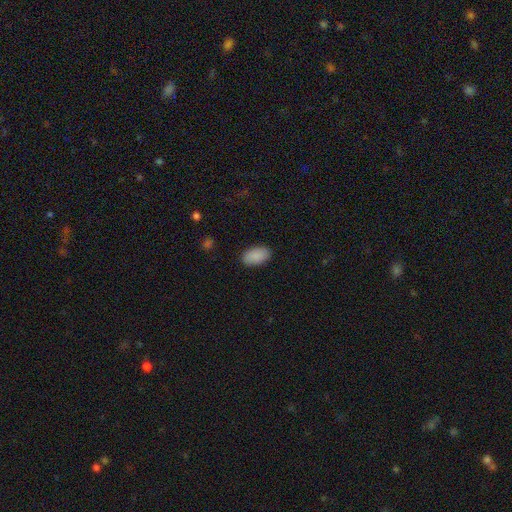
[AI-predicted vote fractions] smooth-or-featured: smooth: 90% | star or artifact: 6% | featured or disk: 4%
  how-rounded: in between: 94% | round: 5% | cigar-shaped: 2%
  merging: none: 88% | minor disturbance: 9% | major disturbance: 2% | merger: 1%